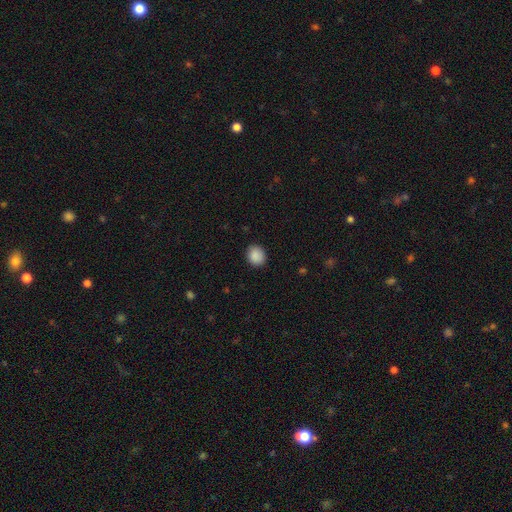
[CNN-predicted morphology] smooth-or-featured: smooth: 89% | star or artifact: 8% | featured or disk: 3%
  how-rounded: round: 69% | in between: 30% | cigar-shaped: 1%
  merging: none: 88% | minor disturbance: 9% | major disturbance: 2% | merger: 1%